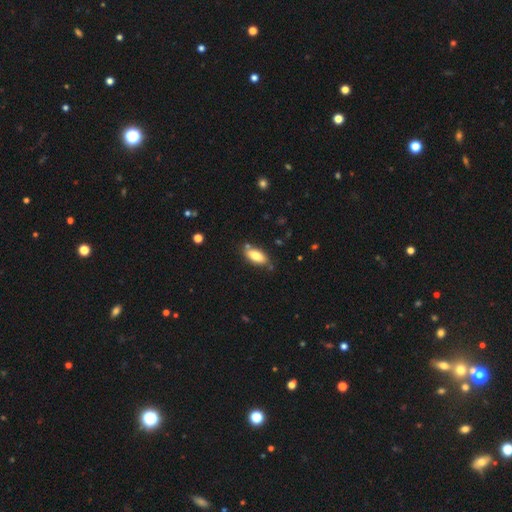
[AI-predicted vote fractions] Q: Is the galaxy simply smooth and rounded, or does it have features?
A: smooth — 77%.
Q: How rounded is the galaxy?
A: in between — 85%.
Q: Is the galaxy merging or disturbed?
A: none — 75%.